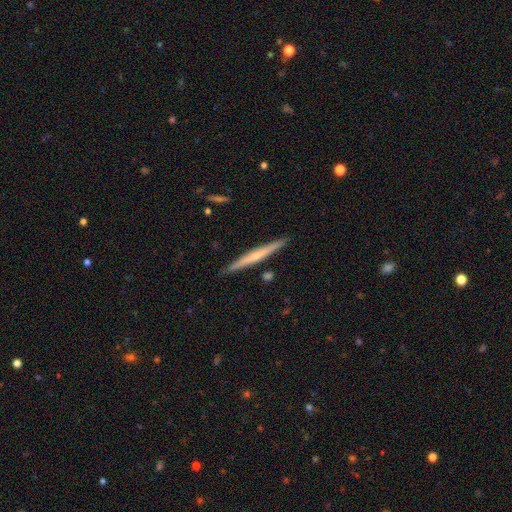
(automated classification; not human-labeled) Smooth or featured?
  - featured or disk: 54% *
  - smooth: 40%
  - star or artifact: 6%
Edge-on disk?
  - yes: 98% *
  - no: 2%
Edge-on bulge?
  - none: 61% *
  - rounded: 33%
  - boxy: 6%
Merging?
  - none: 91% *
  - minor disturbance: 6%
  - merger: 2%
  - major disturbance: 1%